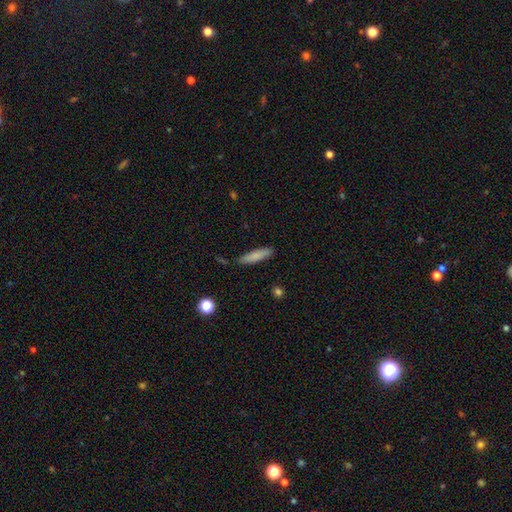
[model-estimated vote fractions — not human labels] This appears to be a smooth galaxy with no disk features (80%) that is cigar-shaped (77%). Merging: none (81%).